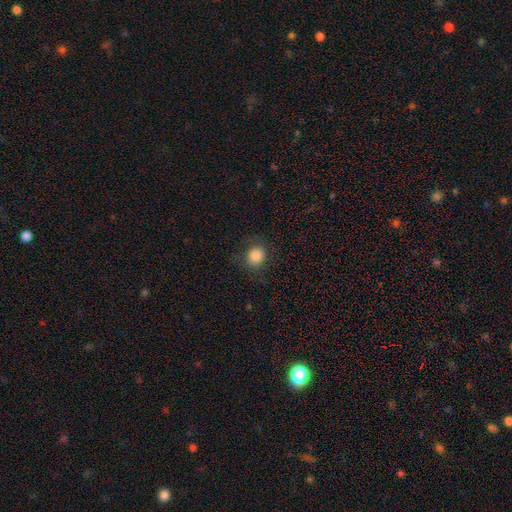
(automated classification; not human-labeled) smooth-or-featured: smooth: 84% | star or artifact: 10% | featured or disk: 6%
  how-rounded: round: 76% | in between: 23% | cigar-shaped: 1%
  merging: none: 83% | minor disturbance: 11% | major disturbance: 5% | merger: 1%